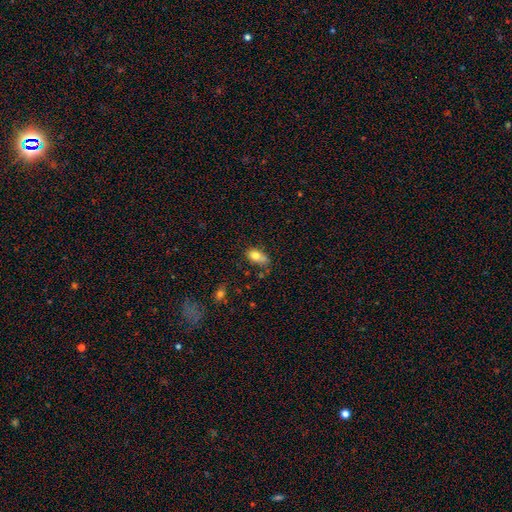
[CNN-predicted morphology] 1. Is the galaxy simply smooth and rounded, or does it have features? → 77% smooth, 14% featured or disk, 9% star or artifact.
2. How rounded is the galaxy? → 84% in between, 12% round, 5% cigar-shaped.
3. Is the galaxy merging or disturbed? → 47% none, 32% minor disturbance, 11% major disturbance, 10% merger.